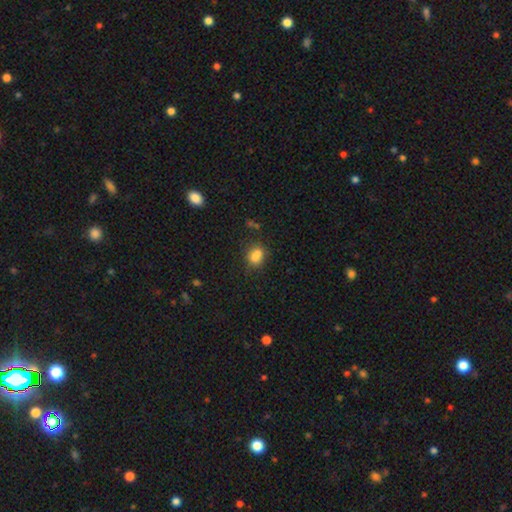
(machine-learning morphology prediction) smooth-or-featured: smooth: 79% | star or artifact: 11% | featured or disk: 10%
  how-rounded: in between: 54% | round: 44% | cigar-shaped: 2%
  merging: none: 54% | merger: 23% | minor disturbance: 17% | major disturbance: 6%